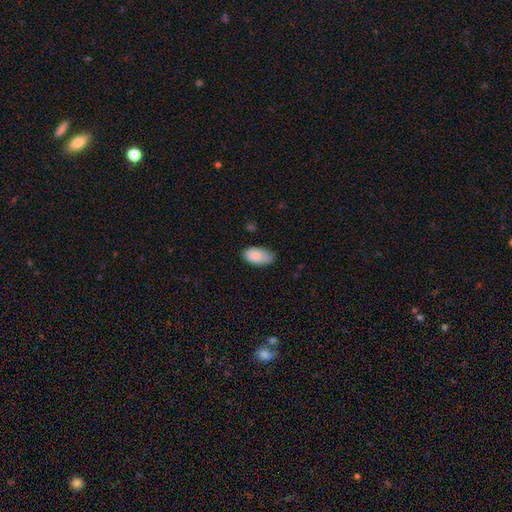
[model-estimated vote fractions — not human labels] Overall: smooth (82%). How rounded: in between (94%). Merging: none (54%; minor disturbance 38%).